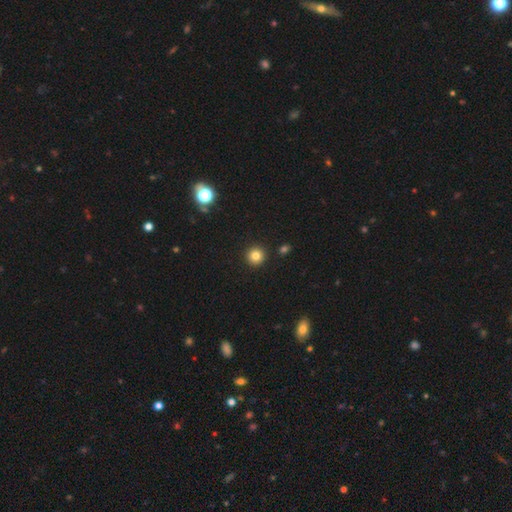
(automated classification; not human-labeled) smooth-or-featured: smooth: 82% | star or artifact: 12% | featured or disk: 6%
  how-rounded: round: 95% | in between: 4% | cigar-shaped: 1%
  merging: none: 92% | minor disturbance: 4% | merger: 2% | major disturbance: 2%